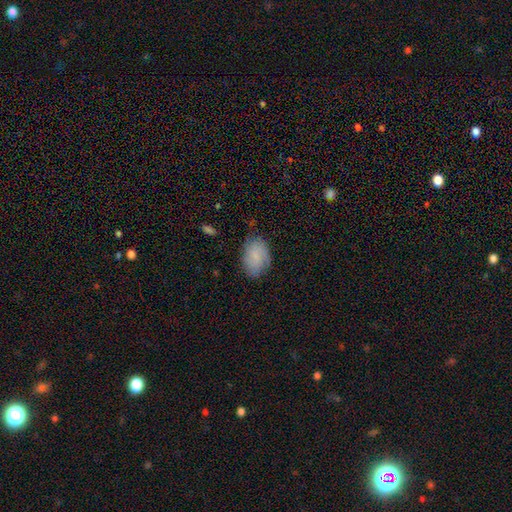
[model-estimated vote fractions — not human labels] smooth 68%, featured or disk 24%, star or artifact 8%. Down the decision tree: how rounded — in between (86%); merging — none (72%).